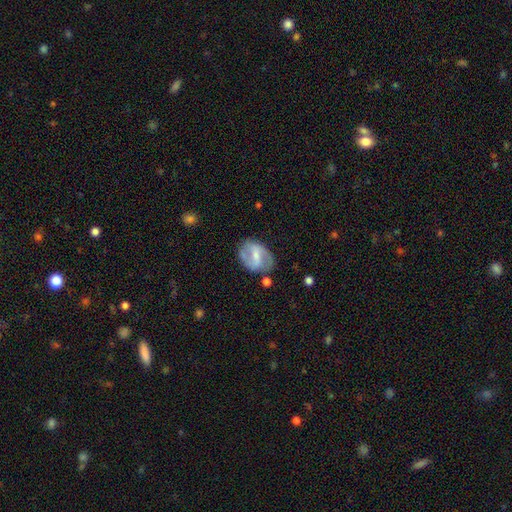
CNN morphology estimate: Smooth or featured? featured or disk (68%)
Edge-on disk? no (96%)
Bar? strong (43%)
Spiral arms? yes (77%)
Bulge size? small (47%)
Merging? none (71%)